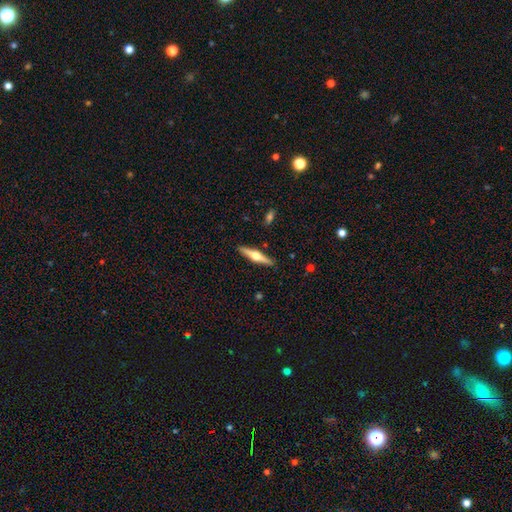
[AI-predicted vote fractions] Q: Smooth or featured?
A: featured or disk (70%); runner-up: smooth (25%)
Q: Edge-on disk?
A: yes (97%); runner-up: no (3%)
Q: Edge-on bulge?
A: rounded (95%); runner-up: boxy (3%)
Q: Merging?
A: none (91%); runner-up: minor disturbance (6%)